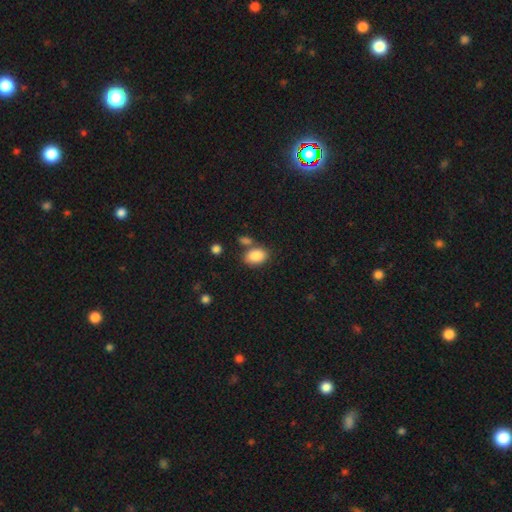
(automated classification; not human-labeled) smooth 87%, star or artifact 8%, featured or disk 6%. Down the decision tree: how rounded — in between (83%); merging — none (64%).